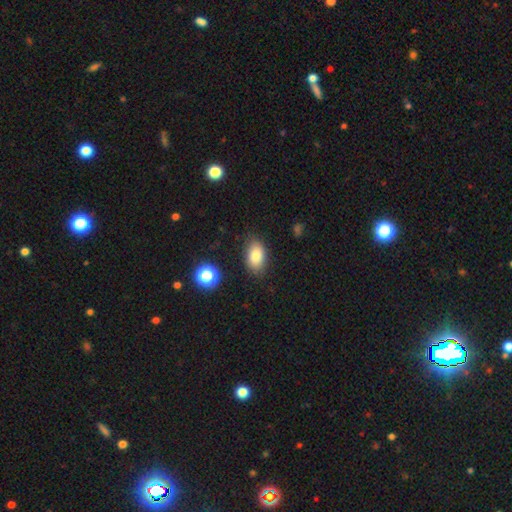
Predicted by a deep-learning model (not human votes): This is clearly a smooth galaxy (83%). How rounded: clearly in between (89%). Merging: clearly none (83%).